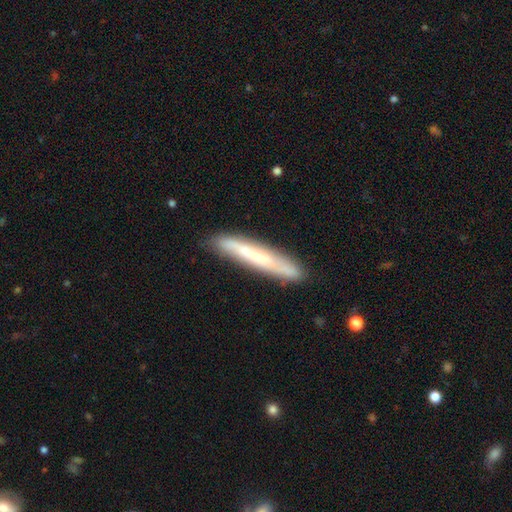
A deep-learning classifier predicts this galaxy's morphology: Q: Smooth or featured?
A: smooth (48%); runner-up: featured or disk (46%)
Q: Merging?
A: none (84%); runner-up: minor disturbance (12%)